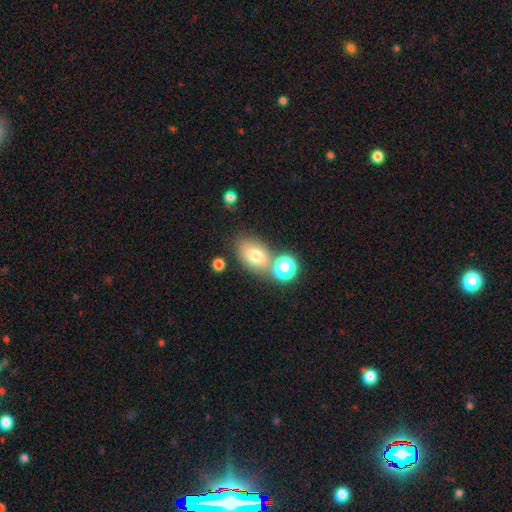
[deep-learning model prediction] smooth 72%, featured or disk 15%, star or artifact 13%. Down the decision tree: how rounded — in between (78%); merging — none (64%).